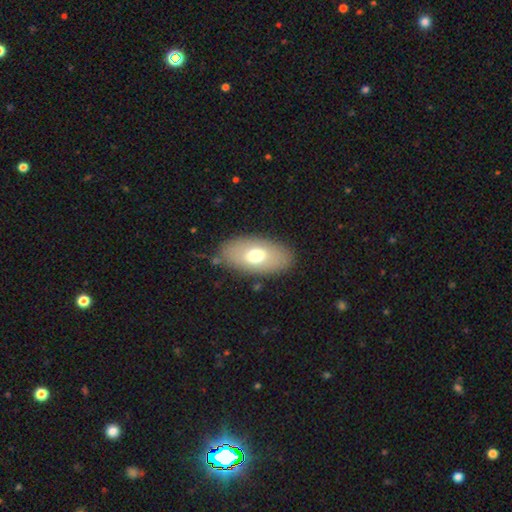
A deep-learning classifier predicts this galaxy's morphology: Smooth or featured? Predicted: smooth (p=0.67). How rounded? Predicted: in between (p=0.92). Merging? Predicted: none (p=0.83).